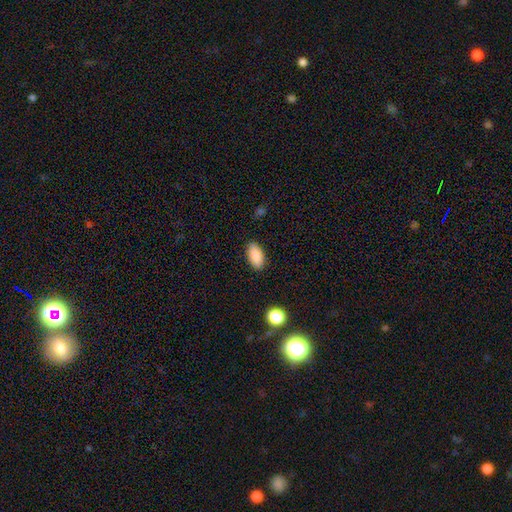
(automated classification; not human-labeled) Q: Smooth or featured?
A: smooth (89%); runner-up: star or artifact (7%)
Q: How rounded?
A: in between (93%); runner-up: cigar-shaped (4%)
Q: Merging?
A: none (87%); runner-up: minor disturbance (10%)